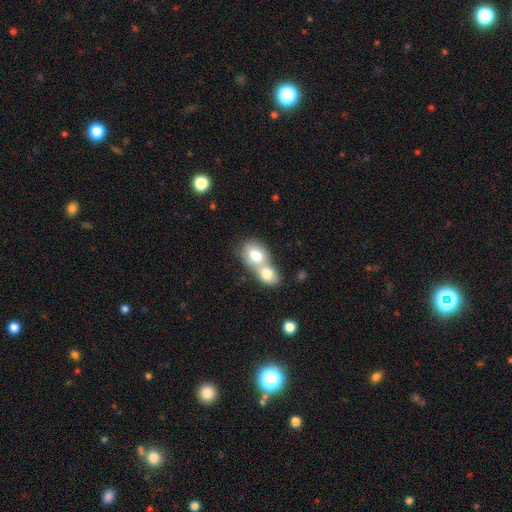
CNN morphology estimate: A smooth galaxy with no disk features (73%) that is in between round and cigar-shaped (58%).

Vote fractions:
- Smooth or featured? smooth: 73% / featured or disk: 19% / star or artifact: 8%
- How rounded? in between: 58% / round: 40% / cigar-shaped: 2%
- Merging? merger: 75% / none: 18% / minor disturbance: 5% / major disturbance: 3%